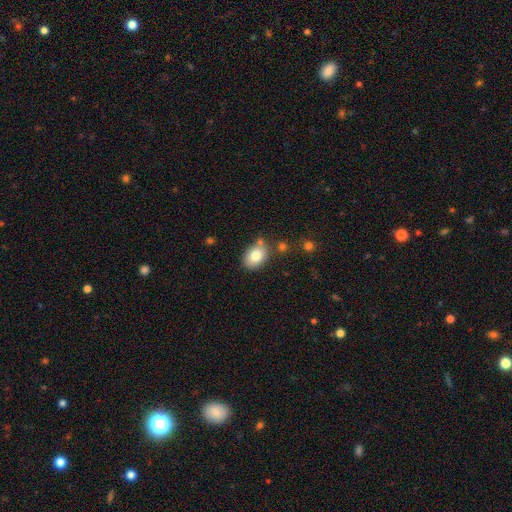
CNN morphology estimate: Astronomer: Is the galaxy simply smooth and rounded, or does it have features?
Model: smooth — 81%.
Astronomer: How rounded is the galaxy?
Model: in between — 79%.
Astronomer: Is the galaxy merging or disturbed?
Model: none — 73%.